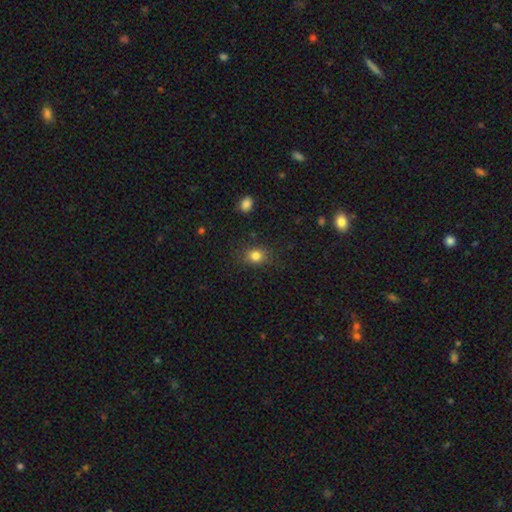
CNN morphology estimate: Smooth or featured?
  - smooth: 82% *
  - star or artifact: 12%
  - featured or disk: 6%
How rounded?
  - round: 55% *
  - in between: 44%
  - cigar-shaped: 1%
Merging?
  - none: 81% *
  - minor disturbance: 13%
  - major disturbance: 4%
  - merger: 2%